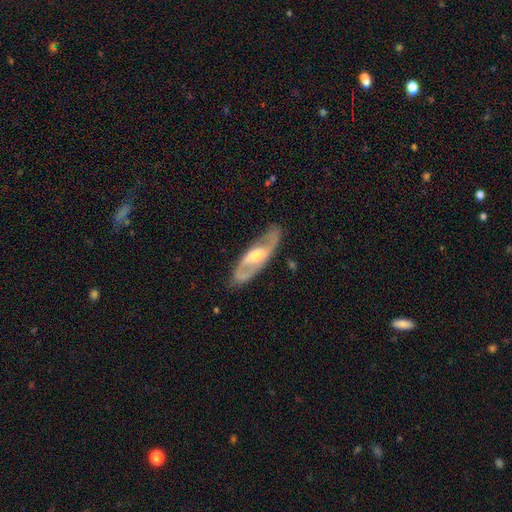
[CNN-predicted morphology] Smooth or featured? Predicted: featured or disk (p=0.77). Edge-on disk? Predicted: no (p=0.81). Bar? Predicted: weak (p=0.41). Spiral arms? Predicted: yes (p=0.82). Spiral winding? Predicted: medium (p=0.48). Spiral arm count? Predicted: 2 (p=0.83). Bulge size? Predicted: moderate (p=0.63). Merging? Predicted: none (p=0.81).